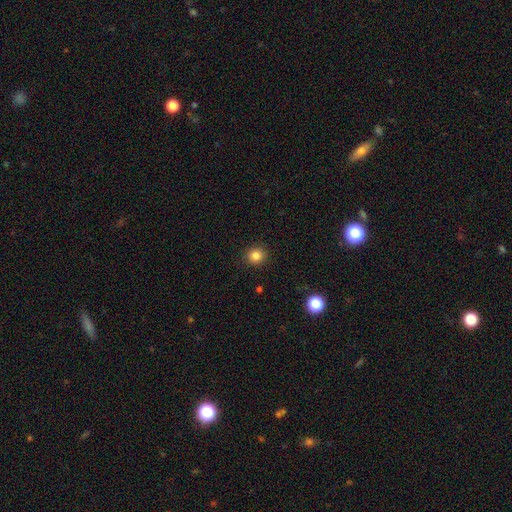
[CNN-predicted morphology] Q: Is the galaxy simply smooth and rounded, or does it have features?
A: smooth — 84%.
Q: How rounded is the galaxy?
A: round — 89%.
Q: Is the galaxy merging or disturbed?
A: none — 91%.